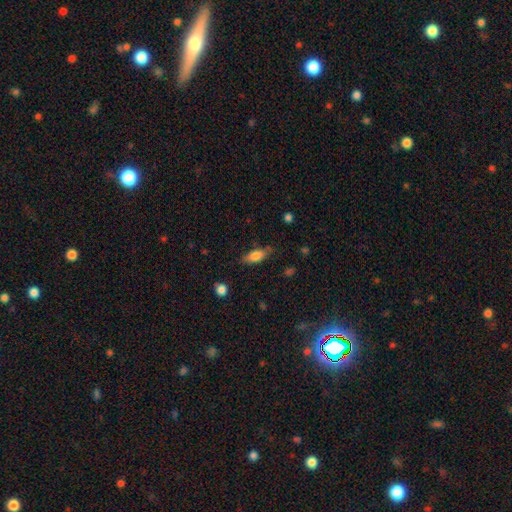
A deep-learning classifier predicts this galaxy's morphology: Smooth or featured: smooth — 76% (featured or disk — 17%)
How rounded: in between — 70% (cigar-shaped — 27%)
Merging: none — 75% (minor disturbance — 19%)